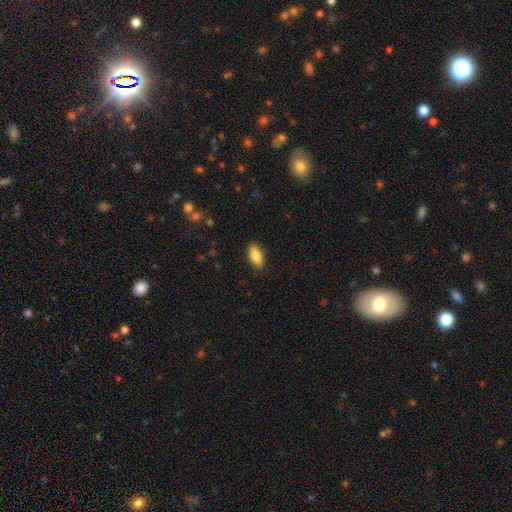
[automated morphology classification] Smooth or featured? smooth (87%)
How rounded? in between (87%)
Merging? none (88%)